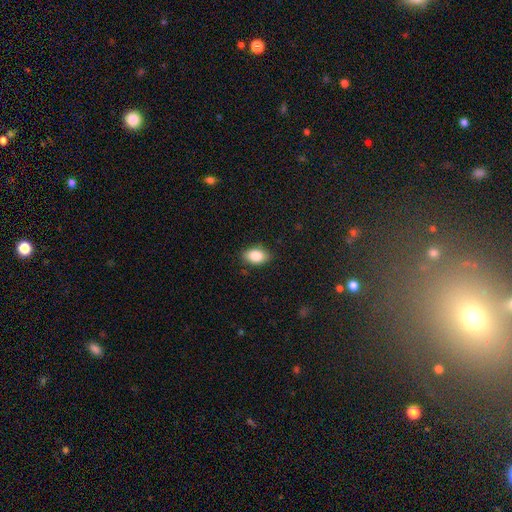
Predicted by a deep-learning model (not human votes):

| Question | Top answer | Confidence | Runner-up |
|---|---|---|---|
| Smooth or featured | smooth | 86% | star or artifact (8%) |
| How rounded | in between | 86% | round (12%) |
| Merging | none | 84% | minor disturbance (13%) |